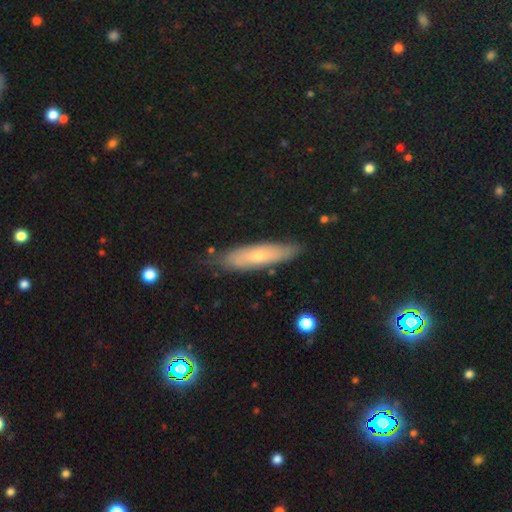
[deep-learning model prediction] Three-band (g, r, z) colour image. It shows a smooth galaxy with no disk features (49%). Merging: none (77%).